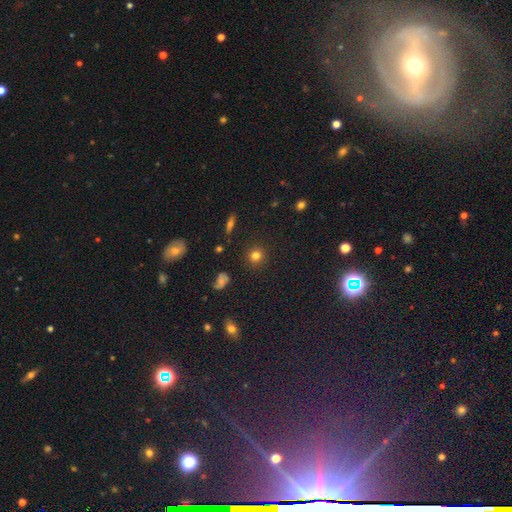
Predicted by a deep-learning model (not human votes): Q: Smooth or featured?
A: smooth (78%); runner-up: star or artifact (14%)
Q: How rounded?
A: round (90%); runner-up: in between (8%)
Q: Merging?
A: none (89%); runner-up: minor disturbance (7%)